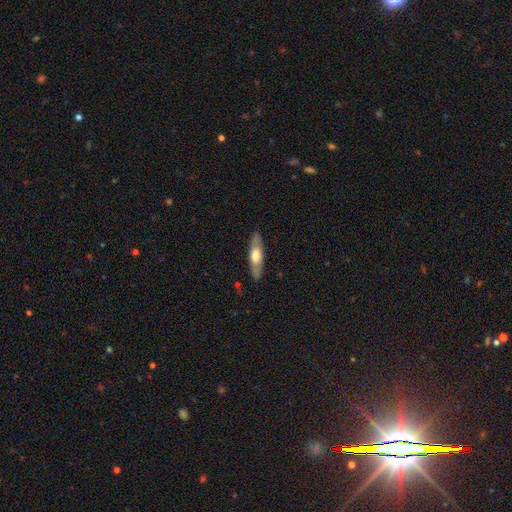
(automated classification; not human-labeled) The model was most divided on "smooth or featured": smooth: 50%, featured or disk: 45%, star or artifact: 5%. More confident: merging — none (87%).